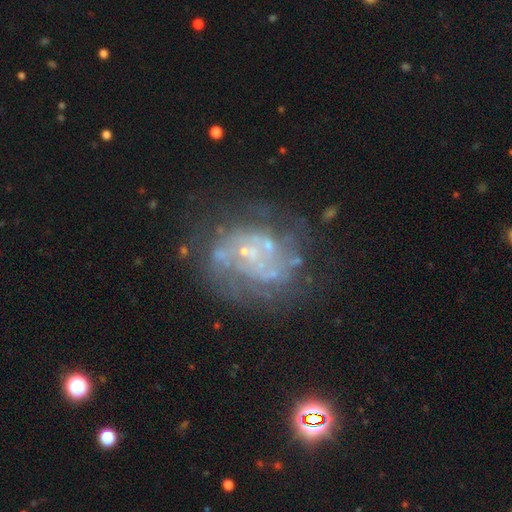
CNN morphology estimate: A featured or disk galaxy (73%) with no bar (82%), no spiral arms (51%) and a small central bulge (51%). Merging: none (54%).